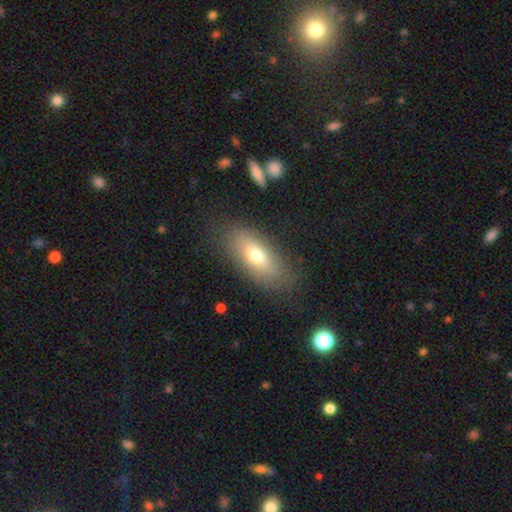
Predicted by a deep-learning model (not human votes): Q: Smooth or featured?
A: smooth (69%); runner-up: featured or disk (23%)
Q: How rounded?
A: in between (83%); runner-up: cigar-shaped (13%)
Q: Merging?
A: none (79%); runner-up: minor disturbance (13%)